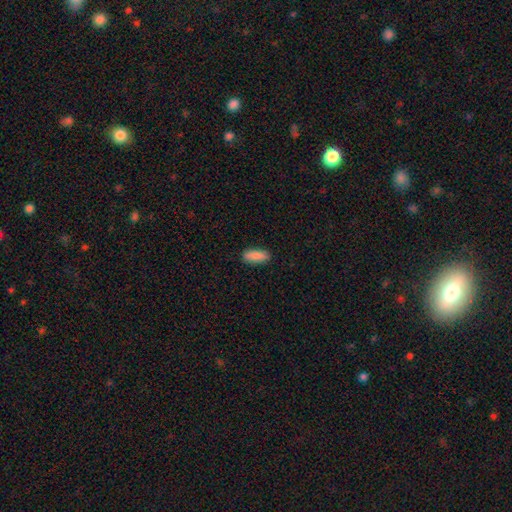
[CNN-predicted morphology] Smooth or featured: smooth — 89% (star or artifact — 6%)
How rounded: in between — 68% (cigar-shaped — 30%)
Merging: none — 88% (minor disturbance — 9%)